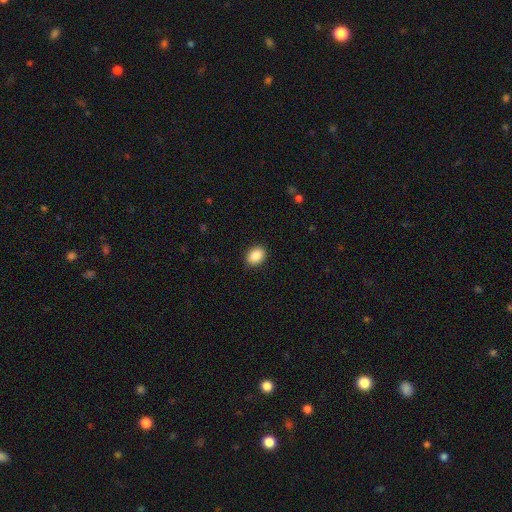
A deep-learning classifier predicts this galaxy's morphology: This appears to be a smooth galaxy with no disk features (89%) that is in between round and cigar-shaped (75%). Merging: none (90%).